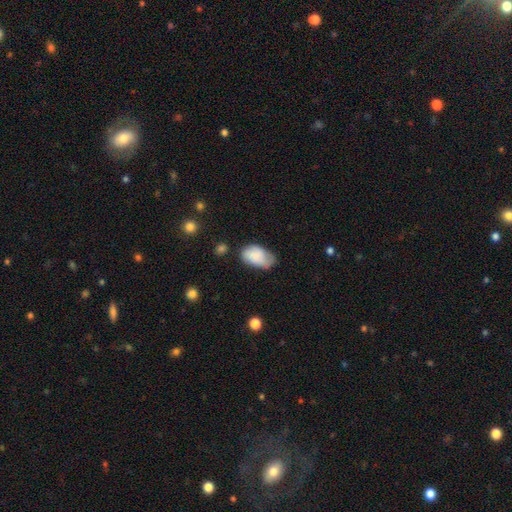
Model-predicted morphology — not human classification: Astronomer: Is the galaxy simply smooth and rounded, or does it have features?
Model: smooth — 81%.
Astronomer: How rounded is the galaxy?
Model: in between — 93%.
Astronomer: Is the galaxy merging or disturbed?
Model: none — 47% (runner-up: minor disturbance, 38%).